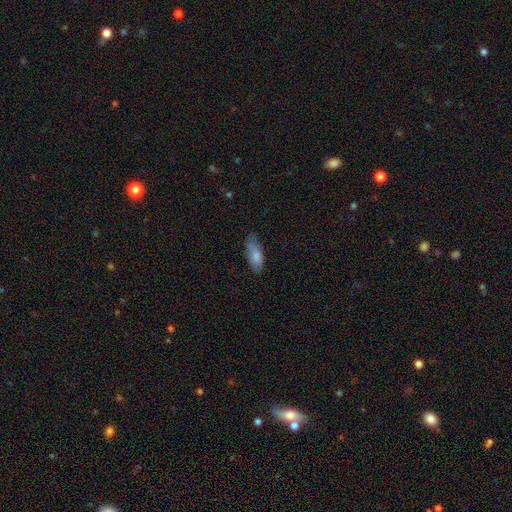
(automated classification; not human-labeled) This is clearly a smooth galaxy (80%). How rounded: likely in between (75%). Merging: likely none (65%).